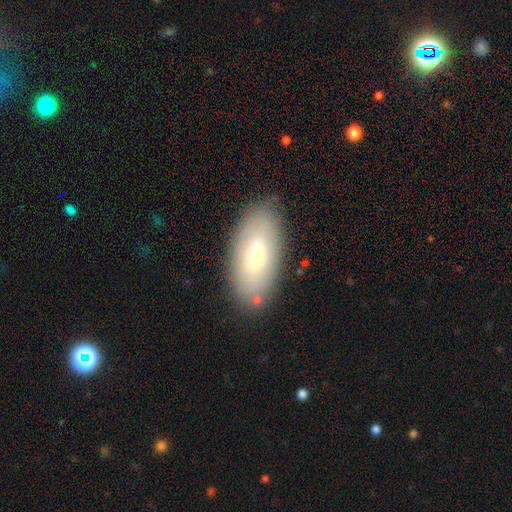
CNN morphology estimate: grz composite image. It shows a smooth galaxy with no disk features (62%) that is in between round and cigar-shaped (89%). Merging: none (84%).